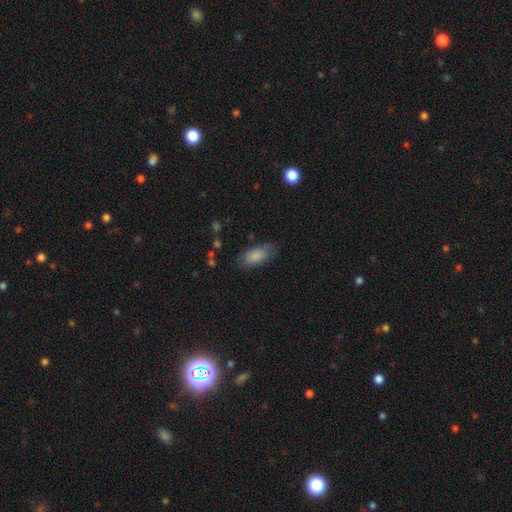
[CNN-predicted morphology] This appears to be a smooth galaxy with no disk features (85%) that is in between round and cigar-shaped (88%). Merging: none (74%).